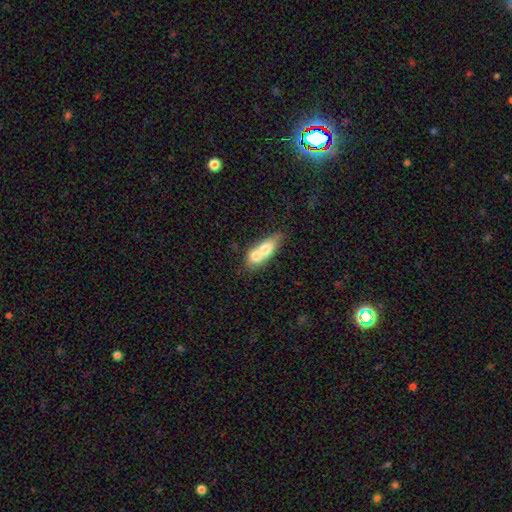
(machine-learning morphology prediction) Smooth or featured: smooth — 64% (featured or disk — 29%)
How rounded: in between — 63% (round — 20%)
Merging: merger — 73% (none — 18%)